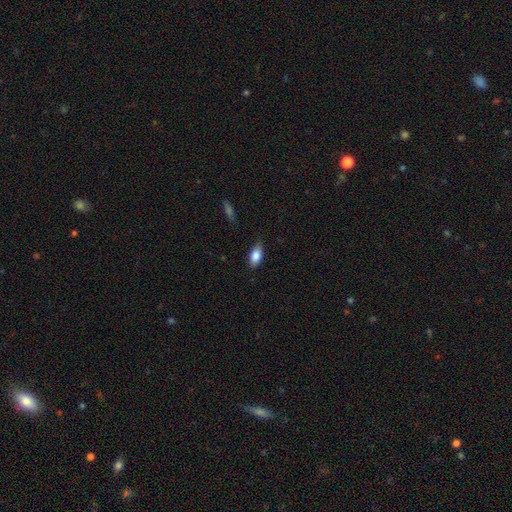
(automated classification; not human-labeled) smooth_or_featured: smooth (p=0.85) [alt: featured or disk p=0.08]
how_rounded: in between (p=0.89) [alt: cigar-shaped p=0.07]
merging: none (p=0.76) [alt: minor disturbance p=0.19]